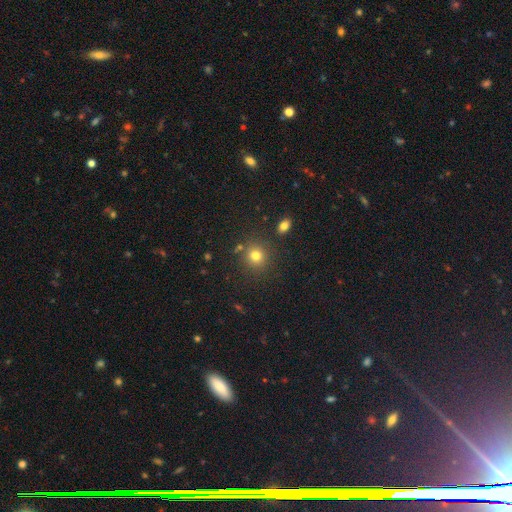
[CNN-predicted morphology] Overall: smooth (78%). How rounded: round (89%). Merging: none (83%).